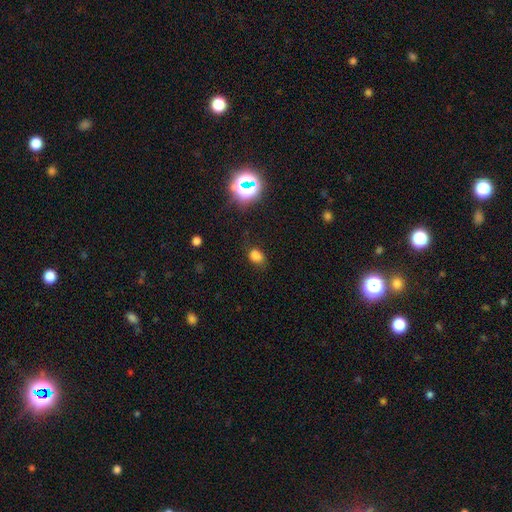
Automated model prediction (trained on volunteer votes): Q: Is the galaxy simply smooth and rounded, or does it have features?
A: smooth — 75%.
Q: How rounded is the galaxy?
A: in between — 71%.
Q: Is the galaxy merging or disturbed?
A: none — 75%.